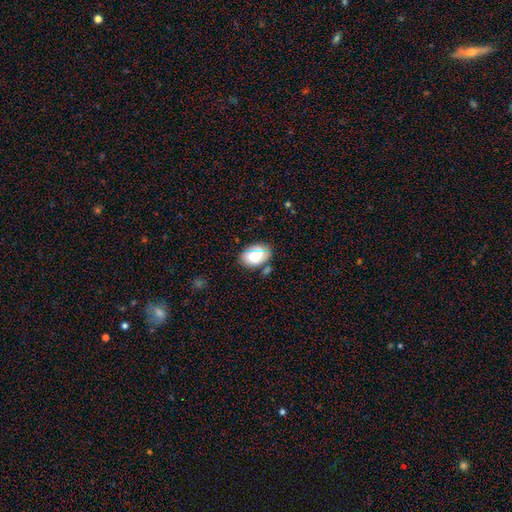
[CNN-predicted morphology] smooth_or_featured: smooth (p=0.71) [alt: featured or disk p=0.20]
how_rounded: in between (p=0.85) [alt: round p=0.14]
merging: none (p=0.67) [alt: minor disturbance p=0.21]